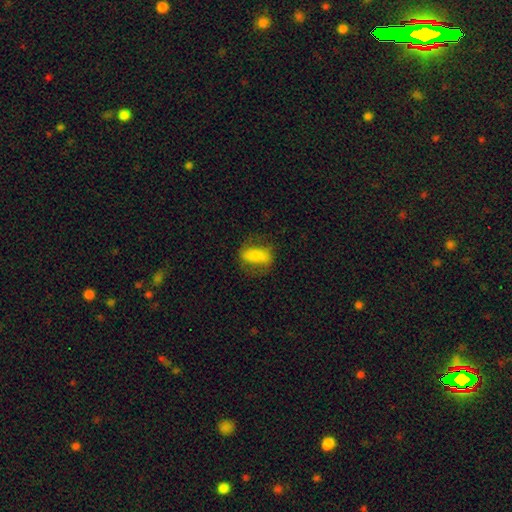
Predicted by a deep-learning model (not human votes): This is likely a smooth galaxy (60%). How rounded: likely in between (79%). Merging: likely none (68%).